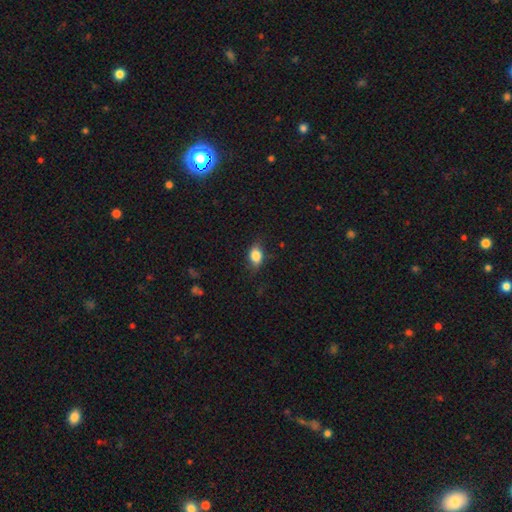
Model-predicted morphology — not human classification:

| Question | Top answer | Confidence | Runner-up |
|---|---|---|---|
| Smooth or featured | smooth | 82% | featured or disk (10%) |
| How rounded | in between | 78% | round (19%) |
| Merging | none | 75% | minor disturbance (19%) |